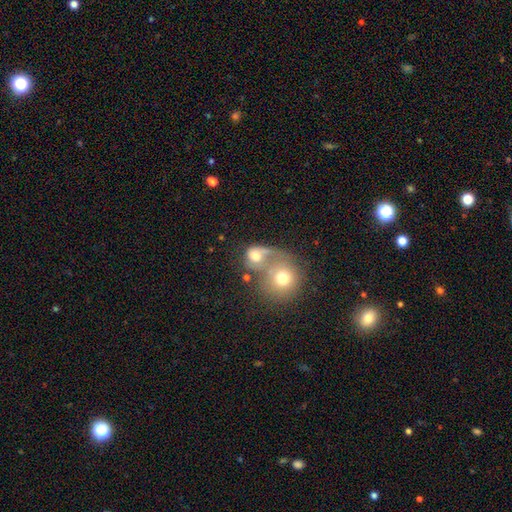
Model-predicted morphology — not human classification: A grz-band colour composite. It shows a smooth galaxy with no disk features (60%) that is round (67%). Merging: merger (64%).